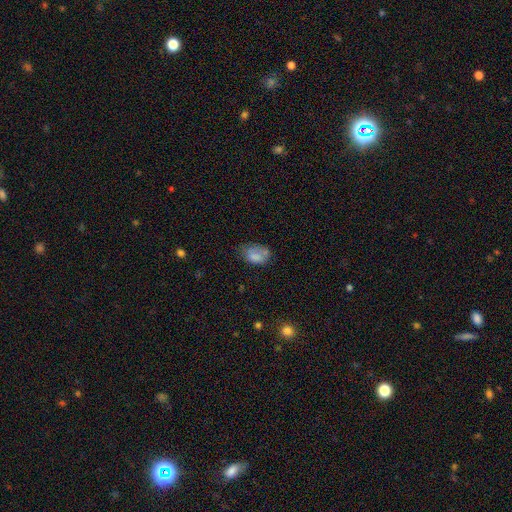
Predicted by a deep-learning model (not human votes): smooth-or-featured: smooth: 75% | featured or disk: 15% | star or artifact: 10%
  how-rounded: in between: 82% | round: 17% | cigar-shaped: 1%
  merging: none: 44% | minor disturbance: 31% | major disturbance: 15% | merger: 10%